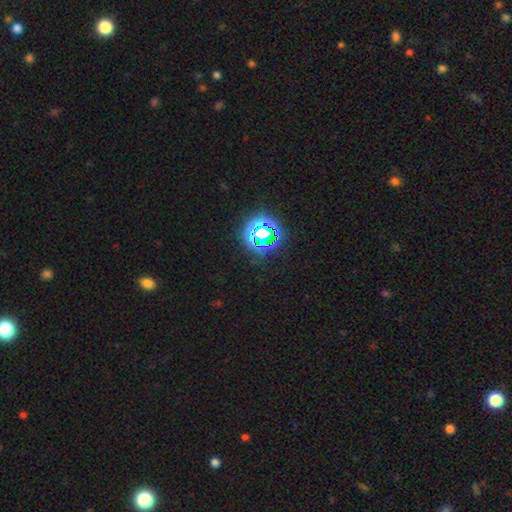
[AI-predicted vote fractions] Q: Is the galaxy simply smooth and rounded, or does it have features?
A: star or artifact — 77%.